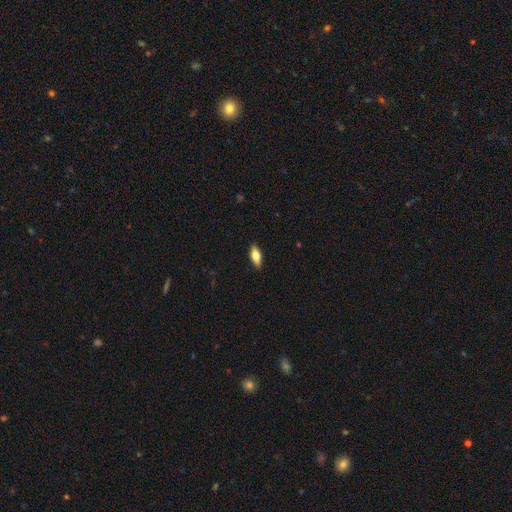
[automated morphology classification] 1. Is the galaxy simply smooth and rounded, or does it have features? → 63% smooth, 30% featured or disk, 6% star or artifact.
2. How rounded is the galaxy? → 72% in between, 25% cigar-shaped, 3% round.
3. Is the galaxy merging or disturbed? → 89% none, 8% minor disturbance, 2% major disturbance, 1% merger.